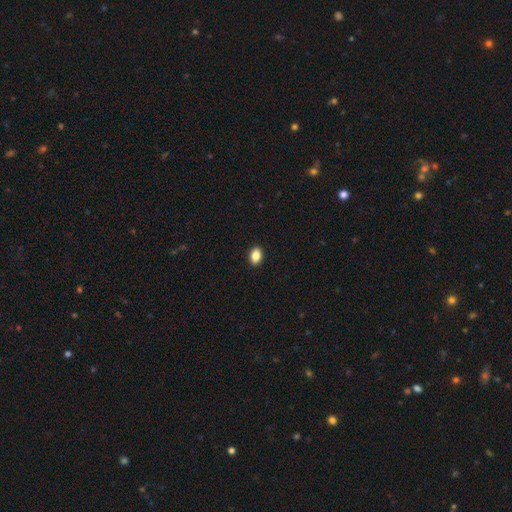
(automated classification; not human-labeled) A smooth galaxy with no disk features (87%) that is in between round and cigar-shaped (81%). Merging: none (91%).